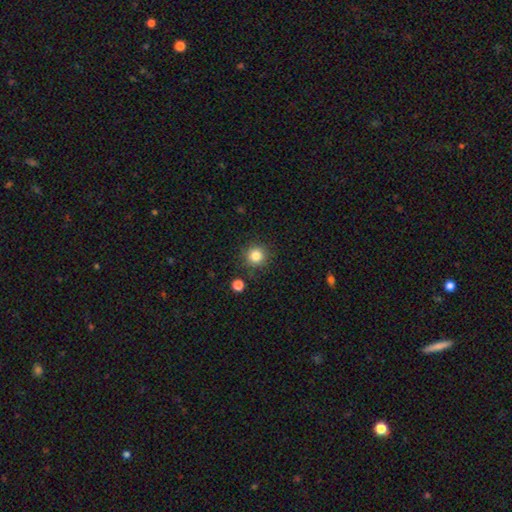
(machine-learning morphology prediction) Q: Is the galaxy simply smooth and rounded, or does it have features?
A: smooth — 83%.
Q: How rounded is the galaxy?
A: round — 94%.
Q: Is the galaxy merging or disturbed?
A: none — 88%.